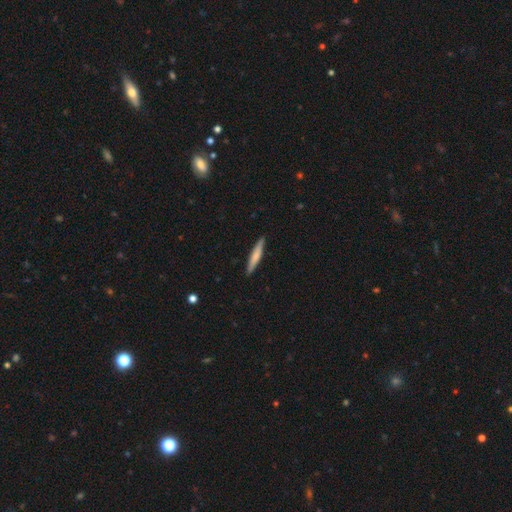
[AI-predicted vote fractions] Smooth or featured? Predicted: smooth (p=0.64). How rounded? Predicted: cigar-shaped (p=0.93). Merging? Predicted: none (p=0.90).